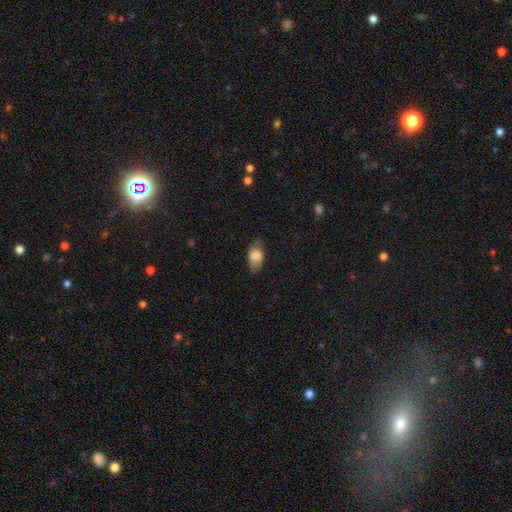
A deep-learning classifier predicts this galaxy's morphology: Overall: smooth (74%). How rounded: in between (90%). Merging: none (71%).